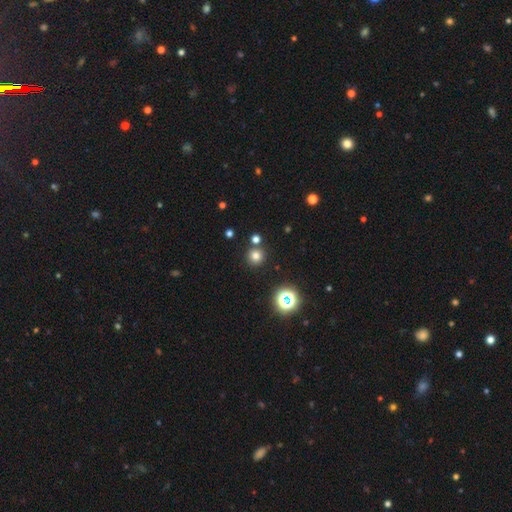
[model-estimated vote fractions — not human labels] The model was most divided on "smooth or featured": smooth: 72%, star or artifact: 21%, featured or disk: 7%. More confident: how rounded — round (94%); merging — none (81%).